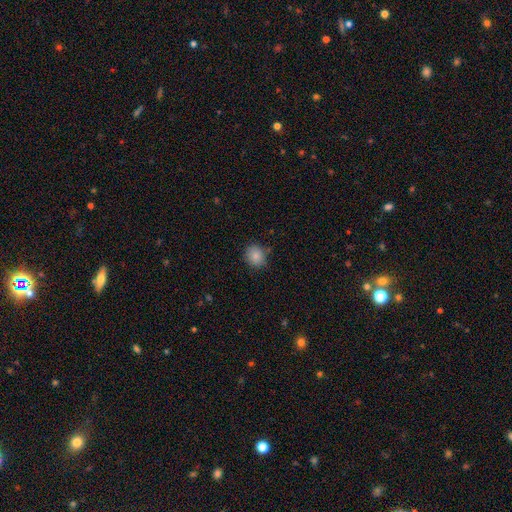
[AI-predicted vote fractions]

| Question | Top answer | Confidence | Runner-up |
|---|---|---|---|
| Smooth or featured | smooth | 85% | star or artifact (9%) |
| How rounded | round | 76% | in between (23%) |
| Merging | none | 83% | minor disturbance (12%) |